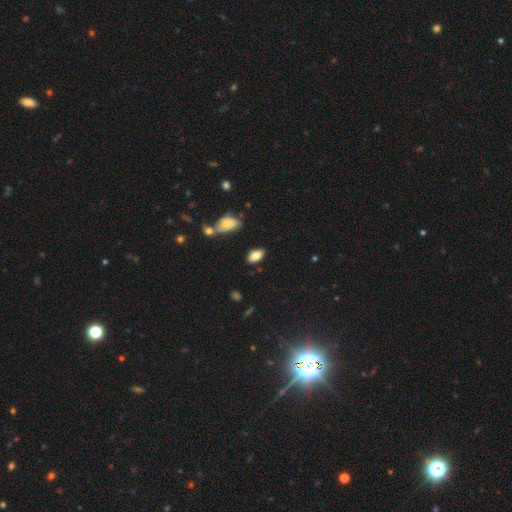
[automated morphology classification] A smooth galaxy with no disk features (82%) that is in between round and cigar-shaped (92%).

Vote fractions:
- Smooth or featured? smooth: 82% / featured or disk: 10% / star or artifact: 8%
- How rounded? in between: 92% / round: 4% / cigar-shaped: 4%
- Merging? none: 82% / minor disturbance: 12% / merger: 3% / major disturbance: 3%